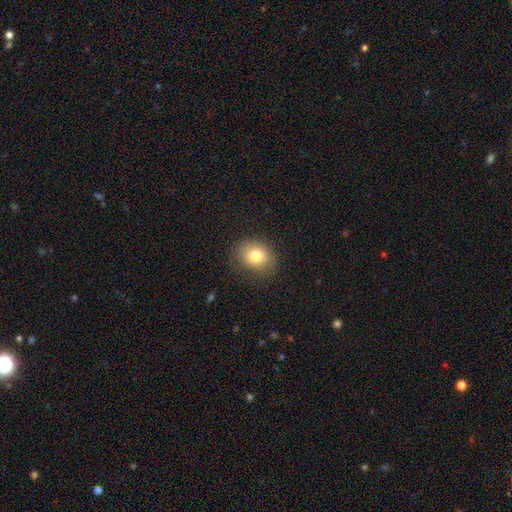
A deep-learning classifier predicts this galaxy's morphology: smooth-or-featured: smooth: 80% | featured or disk: 10% | star or artifact: 10%
  how-rounded: round: 57% | in between: 42% | cigar-shaped: 1%
  merging: none: 80% | minor disturbance: 15% | major disturbance: 5% | merger: 1%